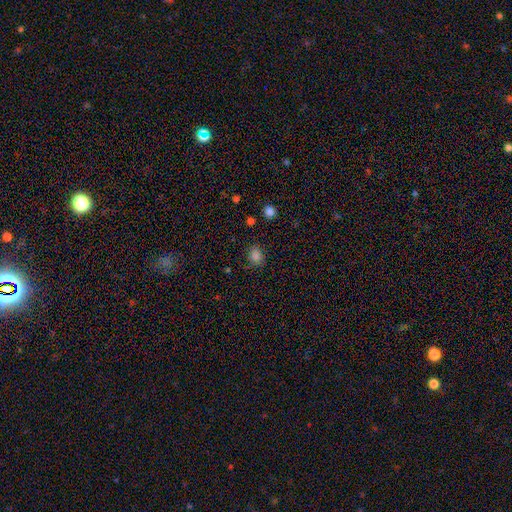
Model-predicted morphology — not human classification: smooth 83%, star or artifact 13%, featured or disk 4%. Down the decision tree: how rounded — round (57%); merging — none (81%).